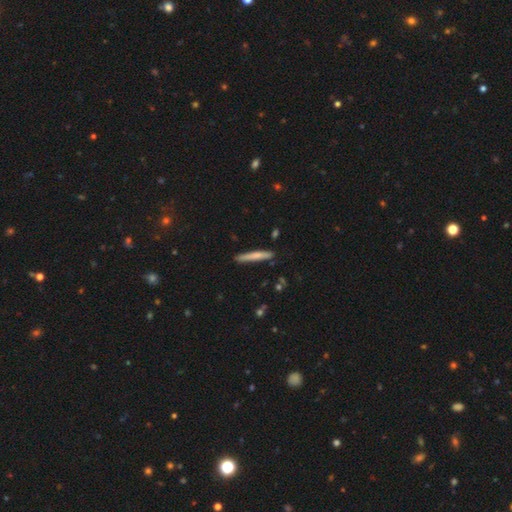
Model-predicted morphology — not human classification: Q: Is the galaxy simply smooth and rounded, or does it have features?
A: smooth — 69%.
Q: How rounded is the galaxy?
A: cigar-shaped — 95%.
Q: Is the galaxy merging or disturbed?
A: none — 87%.